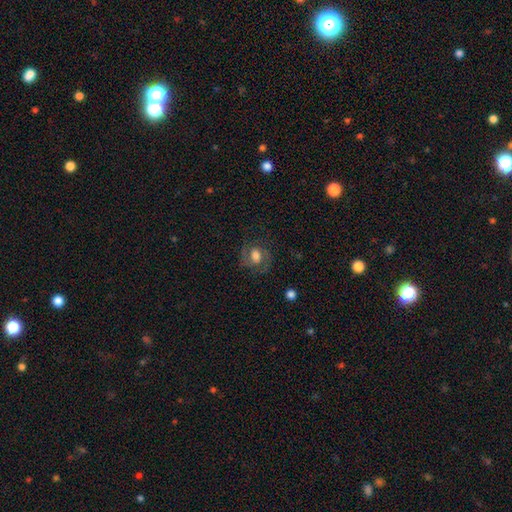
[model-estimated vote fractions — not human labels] featured or disk 58%, smooth 33%, star or artifact 9%. Down the decision tree: edge-on disk — no (97%); bar — no (53%); spiral arms — yes (83%); bulge size — moderate (44%); merging — none (68%).